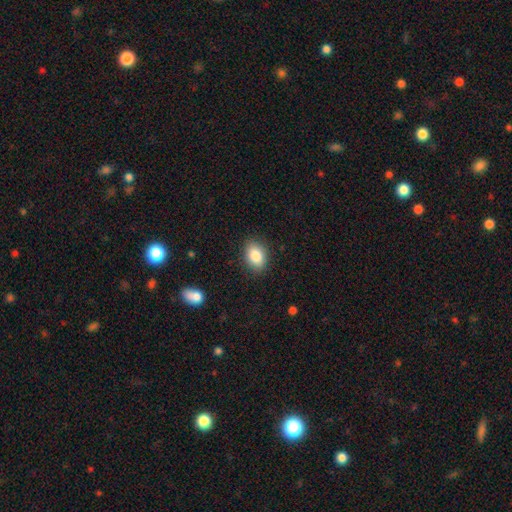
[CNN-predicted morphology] Smooth or featured: smooth — 85% (star or artifact — 8%)
How rounded: in between — 78% (round — 21%)
Merging: none — 87% (minor disturbance — 10%)